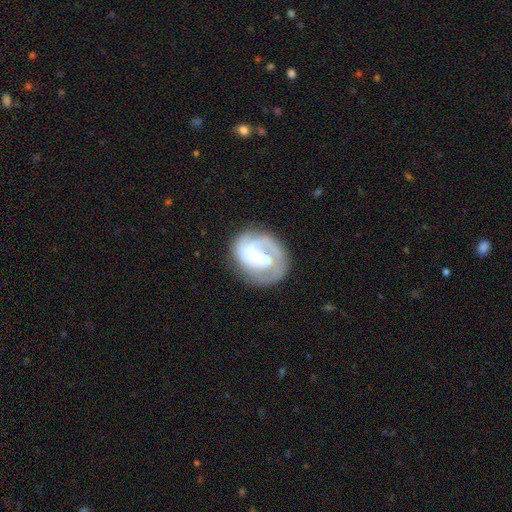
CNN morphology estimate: type=featured or disk (73%); edge-on=no (98%); bar=weak (44%); spiral arms=yes (83%); winding=tight (57%); arm count=2 (36%); bulge=small (55%); merging=none (66%).